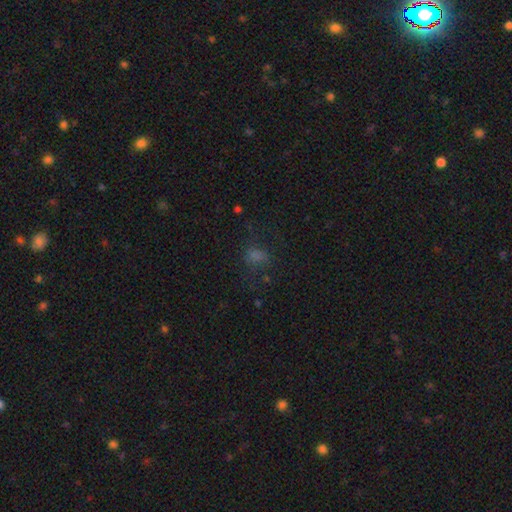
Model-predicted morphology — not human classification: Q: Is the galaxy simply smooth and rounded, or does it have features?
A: smooth — 58%.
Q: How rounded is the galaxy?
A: in between — 57%.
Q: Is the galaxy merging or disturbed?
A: none — 60%.